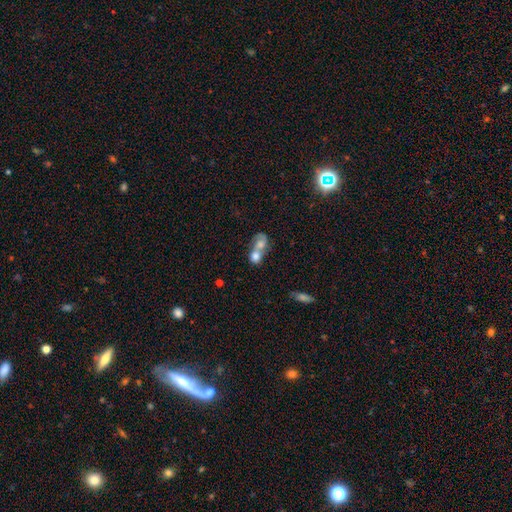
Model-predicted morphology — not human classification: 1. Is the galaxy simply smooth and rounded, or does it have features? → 60% smooth, 30% featured or disk, 9% star or artifact.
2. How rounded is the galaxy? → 49% round (tied), 49% in between (tied), 3% cigar-shaped.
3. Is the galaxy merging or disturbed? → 76% merger, 13% none, 5% major disturbance, 5% minor disturbance.